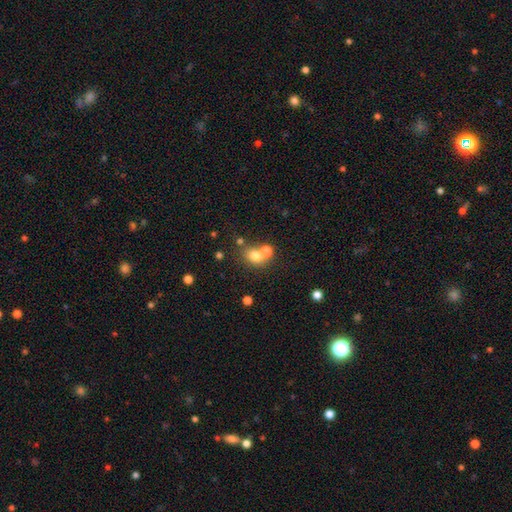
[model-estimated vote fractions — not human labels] Overall: smooth (74%). How rounded: round (54%; in between 45%). Merging: none (51%; merger 35%).